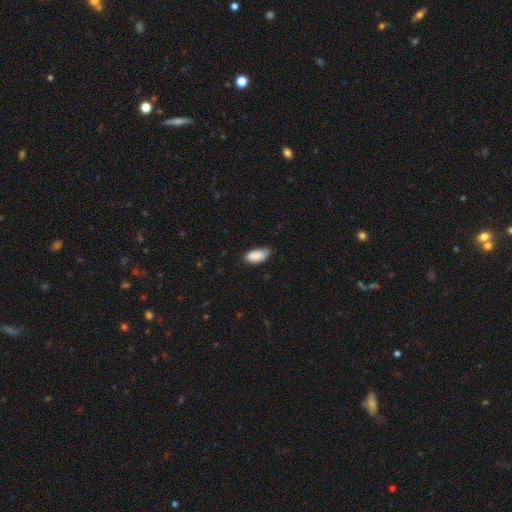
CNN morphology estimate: smooth_or_featured: smooth (p=0.88) [alt: star or artifact p=0.07]
how_rounded: in between (p=0.92) [alt: cigar-shaped p=0.05]
merging: none (p=0.55) [alt: minor disturbance p=0.36]